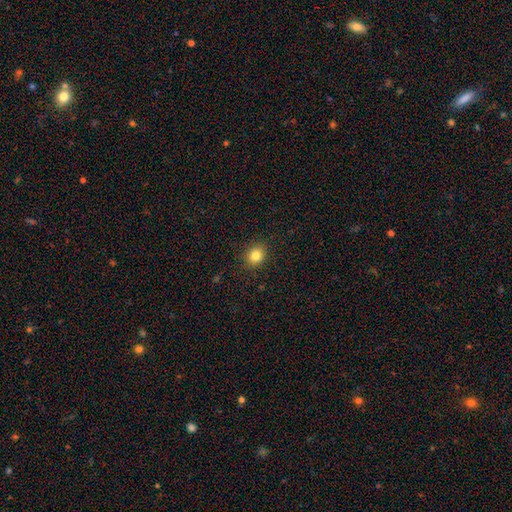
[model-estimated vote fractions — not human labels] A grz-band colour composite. It shows a smooth galaxy with no disk features (82%) that is round (73%). Merging: none (90%).